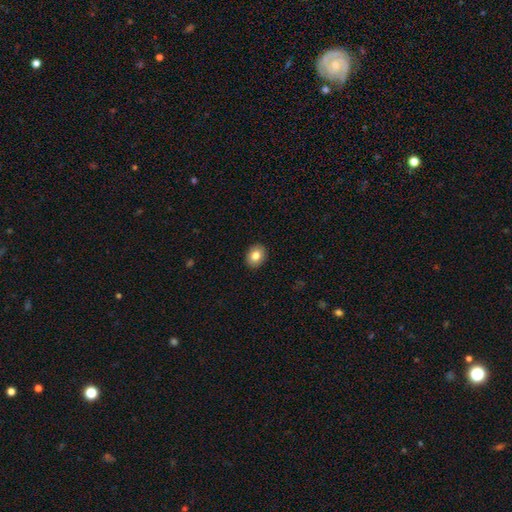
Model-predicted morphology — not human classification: type=smooth (82%); roundness=in between (52%); merging=none (91%).